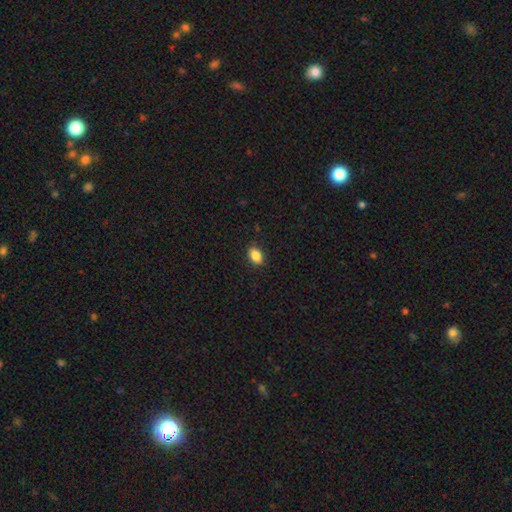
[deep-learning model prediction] Overall: smooth (86%). How rounded: in between (84%). Merging: none (87%).